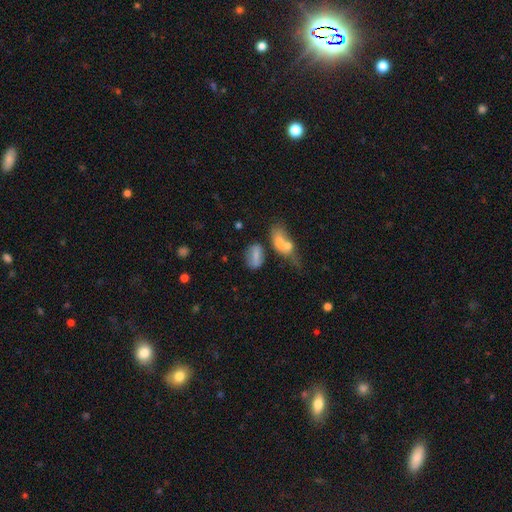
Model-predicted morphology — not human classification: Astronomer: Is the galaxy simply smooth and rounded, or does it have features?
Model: smooth — 68%.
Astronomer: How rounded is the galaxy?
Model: in between — 79%.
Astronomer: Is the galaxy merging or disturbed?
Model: none — 47% (runner-up: merger, 25%).